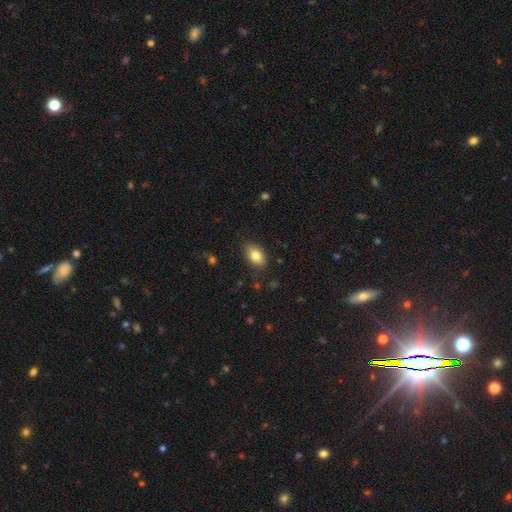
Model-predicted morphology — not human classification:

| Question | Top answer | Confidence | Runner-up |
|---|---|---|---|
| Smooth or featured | smooth | 83% | featured or disk (9%) |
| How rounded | in between | 90% | round (8%) |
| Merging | none | 83% | minor disturbance (12%) |